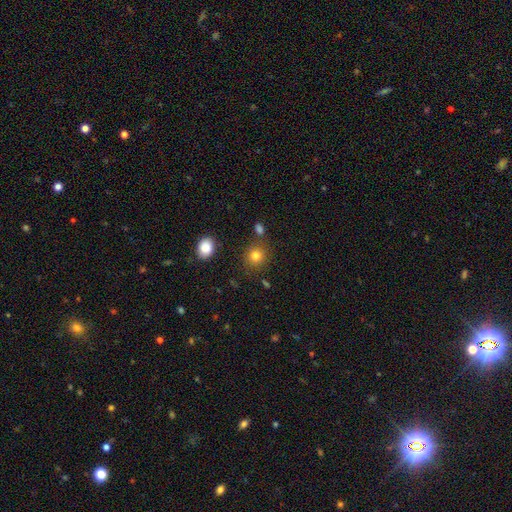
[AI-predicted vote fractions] Morphology: type=smooth (81%); roundness=round (84%); merging=none (81%).